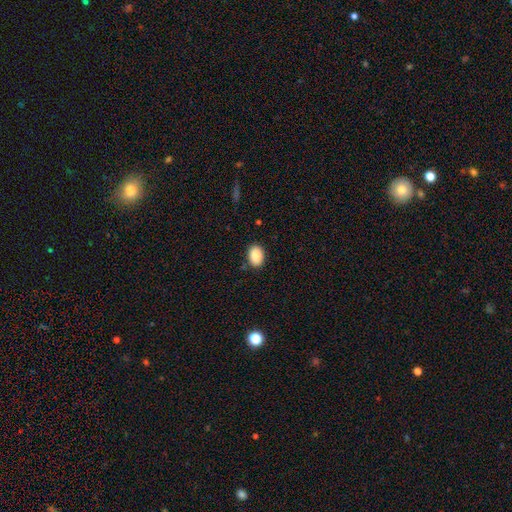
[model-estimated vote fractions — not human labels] This appears to be a smooth galaxy with no disk features (87%) that is in between round and cigar-shaped (79%). Merging: none (87%).